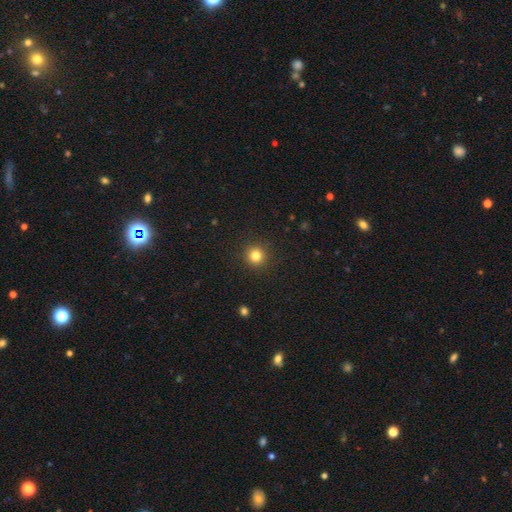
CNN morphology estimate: smooth_or_featured: smooth (p=0.82) [alt: star or artifact p=0.13]
how_rounded: round (p=0.95) [alt: in between p=0.04]
merging: none (p=0.92) [alt: minor disturbance p=0.05]